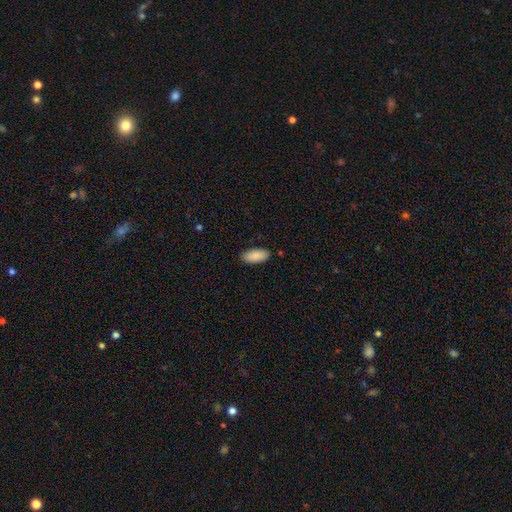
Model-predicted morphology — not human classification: type=smooth (90%); roundness=in between (89%); merging=none (87%).